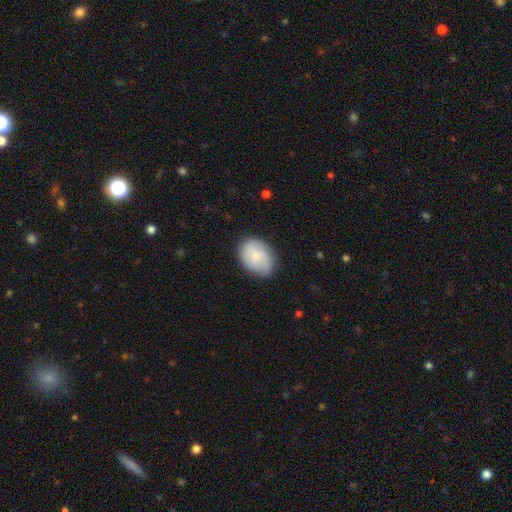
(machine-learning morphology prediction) Smooth or featured?
  - smooth: 73% *
  - featured or disk: 21%
  - star or artifact: 6%
How rounded?
  - in between: 73% *
  - round: 26%
  - cigar-shaped: 1%
Merging?
  - none: 80% *
  - minor disturbance: 16%
  - major disturbance: 4%
  - merger: 1%